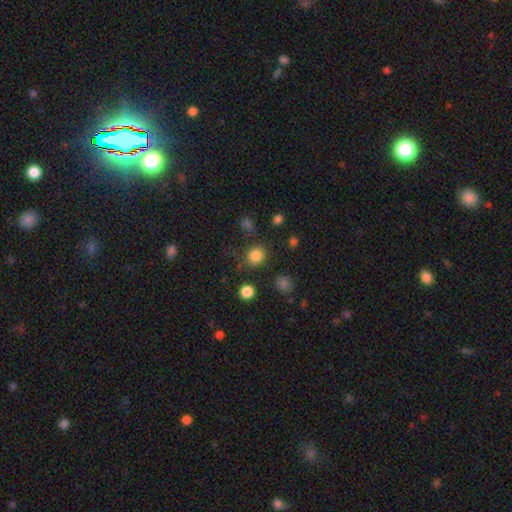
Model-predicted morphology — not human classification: smooth 82%, star or artifact 14%, featured or disk 5%. Down the decision tree: how rounded — round (90%); merging — none (82%).